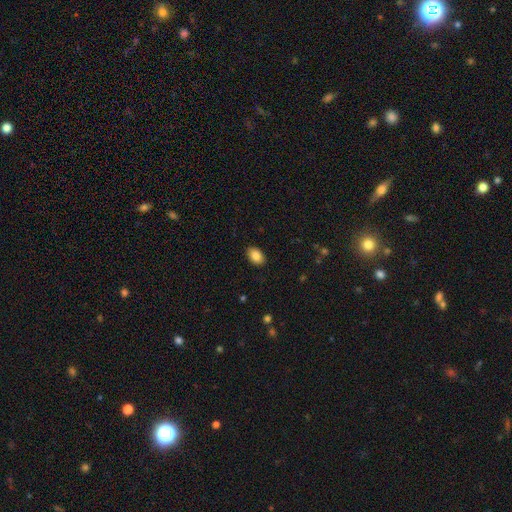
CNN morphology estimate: Overall: smooth (86%). How rounded: in between (84%). Merging: none (89%).